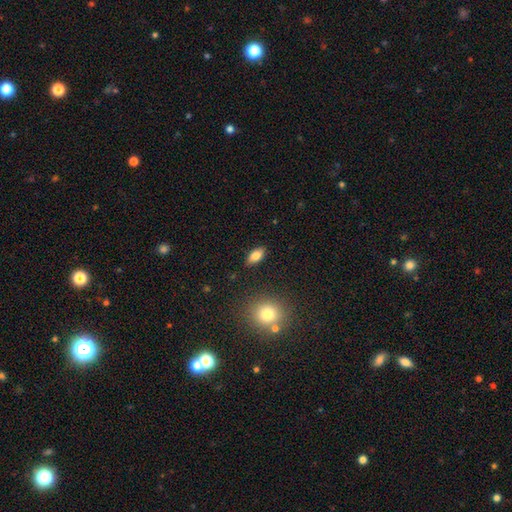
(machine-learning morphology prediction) The model was most divided on "smooth or featured": smooth: 80%, featured or disk: 11%, star or artifact: 8%. More confident: how rounded — in between (88%); merging — none (87%).